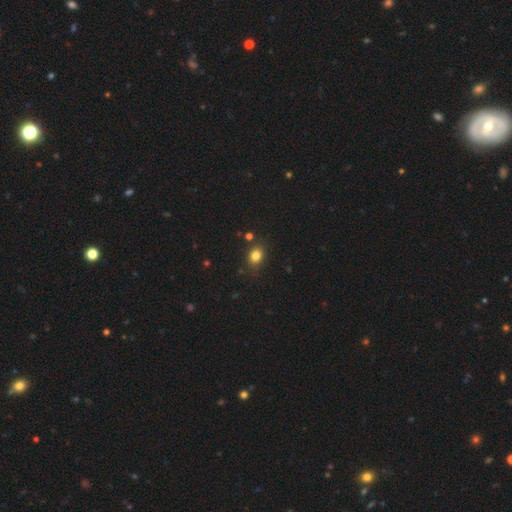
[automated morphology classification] smooth-or-featured: smooth: 82% | star or artifact: 12% | featured or disk: 6%
  how-rounded: round: 50% | in between: 49% | cigar-shaped: 1%
  merging: none: 81% | minor disturbance: 13% | major disturbance: 3% | merger: 3%